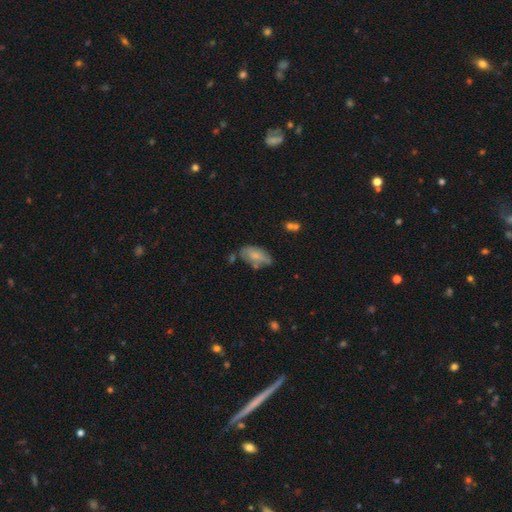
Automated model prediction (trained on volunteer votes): smooth_or_featured: smooth (p=0.61) [alt: featured or disk p=0.32]
how_rounded: in between (p=0.92) [alt: cigar-shaped p=0.04]
merging: none (p=0.52) [alt: minor disturbance p=0.30]